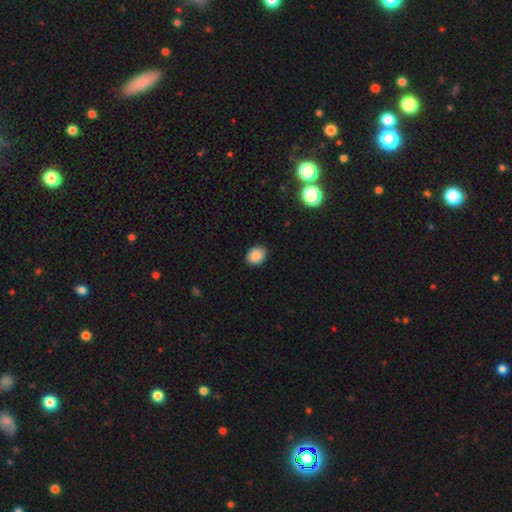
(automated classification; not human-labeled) Overall: smooth (88%). How rounded: in between (68%; round 32%). Merging: none (85%).